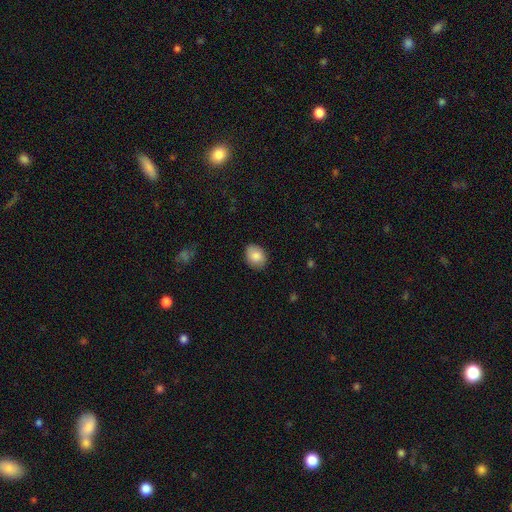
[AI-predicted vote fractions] smooth-or-featured: smooth: 86% | star or artifact: 7% | featured or disk: 7%
  how-rounded: in between: 64% | round: 35% | cigar-shaped: 1%
  merging: none: 84% | minor disturbance: 13% | major disturbance: 2% | merger: 1%